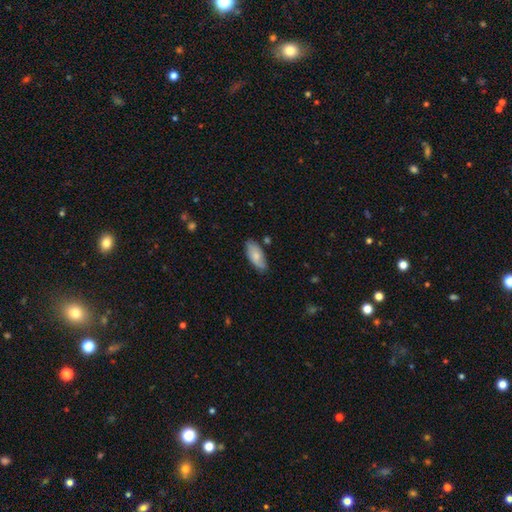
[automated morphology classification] This is likely a smooth galaxy (74%). How rounded: clearly in between (88%). Merging: likely none (80%).